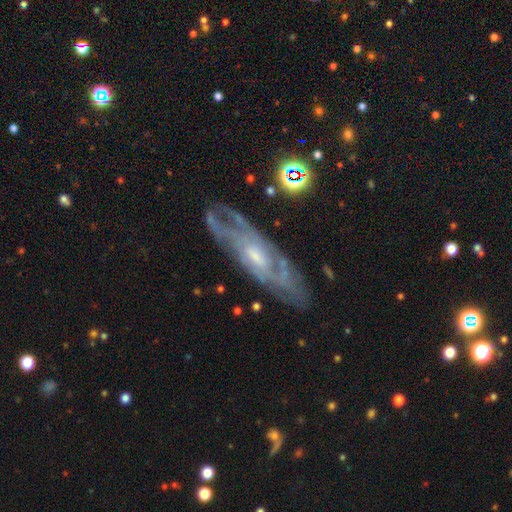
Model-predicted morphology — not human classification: Smooth or featured: featured or disk — 82% (smooth — 11%)
Edge-on disk: no — 81% (yes — 19%)
Bar: no — 52% (weak — 40%)
Spiral arms: yes — 88% (no — 12%)
Spiral winding: tight — 53% (medium — 37%)
Spiral arm count: can't tell — 51% (2 — 25%)
Bulge size: small — 46% (moderate — 42%)
Merging: none — 72% (minor disturbance — 18%)